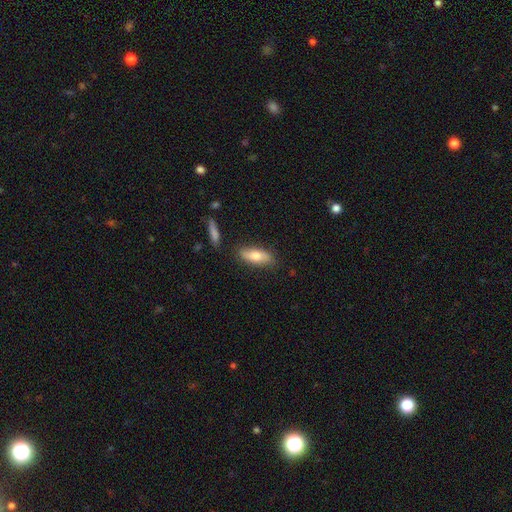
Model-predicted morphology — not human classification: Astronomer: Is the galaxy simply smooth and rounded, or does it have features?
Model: smooth — 72%.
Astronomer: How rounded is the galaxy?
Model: in between — 71%.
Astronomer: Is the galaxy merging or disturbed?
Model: none — 81%.